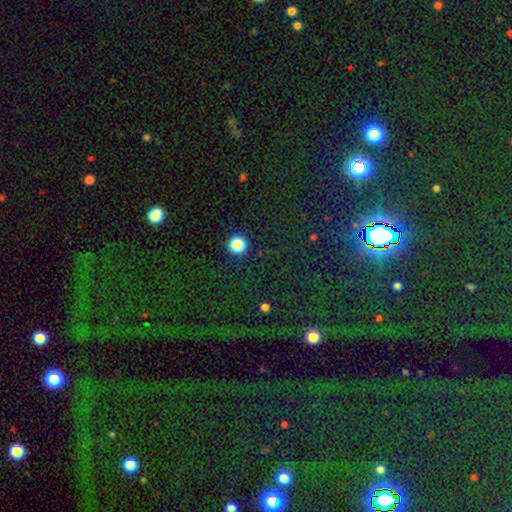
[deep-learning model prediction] This appears to be a star or artifact, not a galaxy (81%).